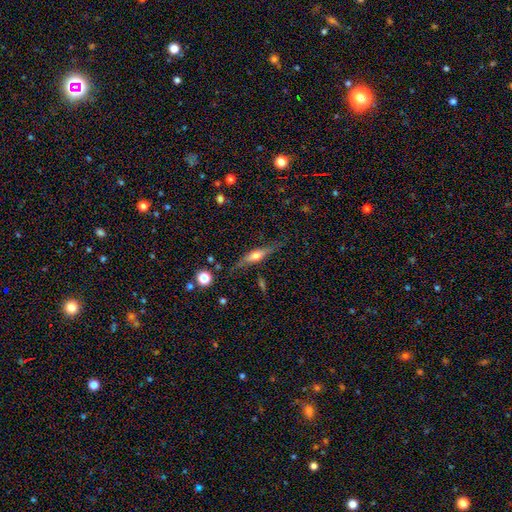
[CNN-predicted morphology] type=featured or disk (58%); edge-on=yes (89%); edge-on bulge=rounded (84%); merging=none (74%).